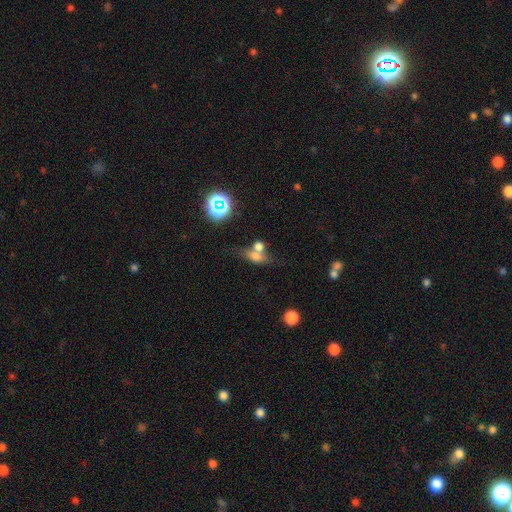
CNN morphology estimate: smooth-or-featured: smooth: 58% | featured or disk: 25% | star or artifact: 17%
  how-rounded: in between: 56% | round: 28% | cigar-shaped: 16%
  merging: merger: 43% | none: 37% | minor disturbance: 12% | major disturbance: 9%